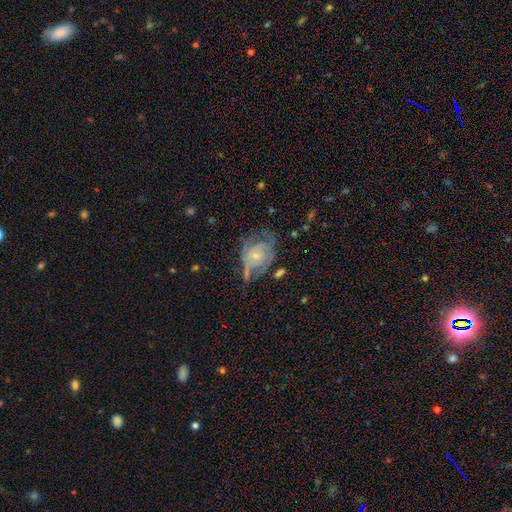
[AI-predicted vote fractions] A featured or disk galaxy (67%) with no bar (77%), spiral arms (73%) and a small central bulge (67%).

Vote fractions:
- Smooth or featured? featured or disk: 67% / smooth: 25% / star or artifact: 8%
- Edge-on disk? no: 96% / yes: 4%
- Bar? no: 77% / weak: 19% / strong: 4%
- Spiral arms? yes: 73% / no: 27%
- Bulge size? small: 67% / moderate: 27% / none: 3% / large: 2% / dominant: 1%
- Merging? none: 38% / minor disturbance: 28% / major disturbance: 27% / merger: 7%